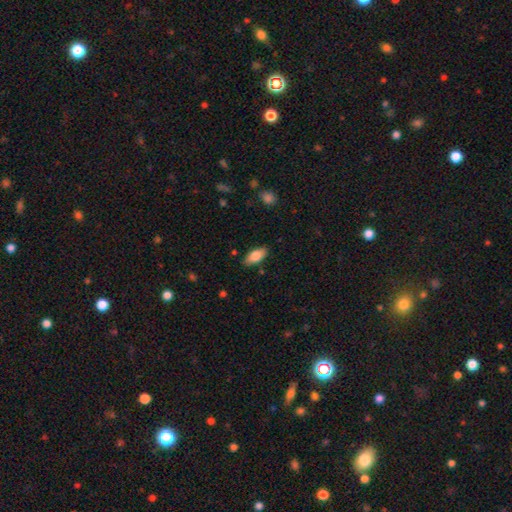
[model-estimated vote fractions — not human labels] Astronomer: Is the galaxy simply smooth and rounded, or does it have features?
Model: smooth — 82%.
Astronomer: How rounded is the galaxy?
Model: in between — 89%.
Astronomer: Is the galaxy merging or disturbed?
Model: none — 86%.